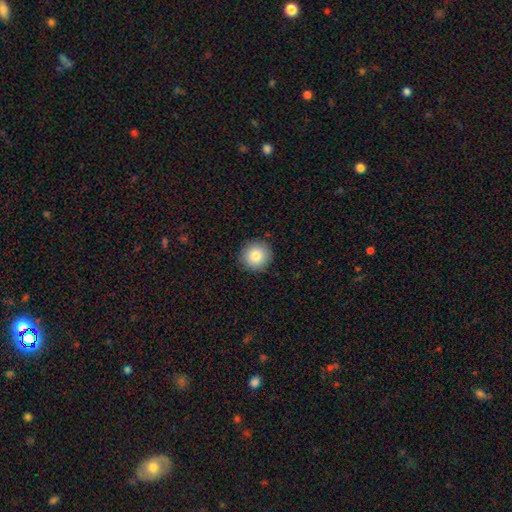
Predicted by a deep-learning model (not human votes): A smooth galaxy with no disk features (83%) that is round (93%). Merging: none (91%).